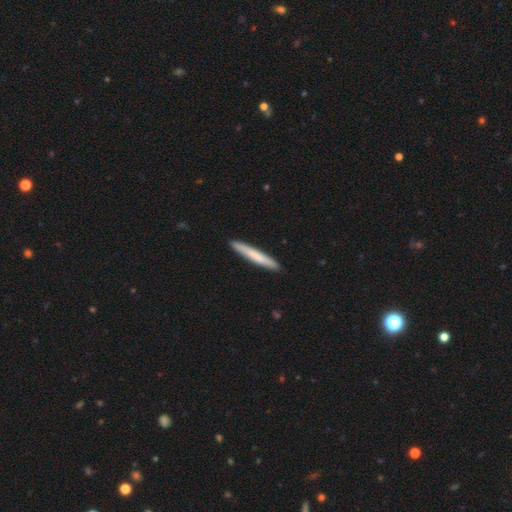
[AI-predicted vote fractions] This appears to be a smooth galaxy with no disk features (71%) that is cigar-shaped (96%). Merging: none (92%).